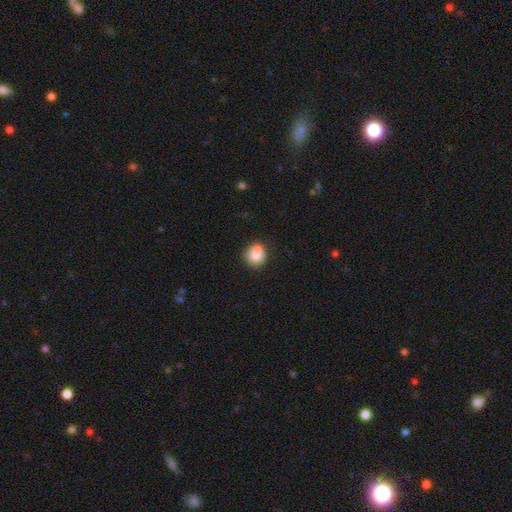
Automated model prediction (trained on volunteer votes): A smooth galaxy with no disk features (74%) that is round (85%). Merging: none (52%).